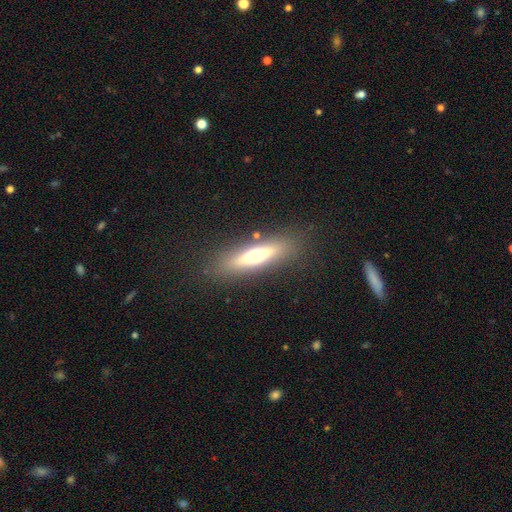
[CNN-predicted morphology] smooth_or_featured: featured or disk (p=0.52) [alt: smooth p=0.38]
disk_edge_on: yes (p=0.86) [alt: no p=0.14]
merging: none (p=0.85) [alt: minor disturbance p=0.09]